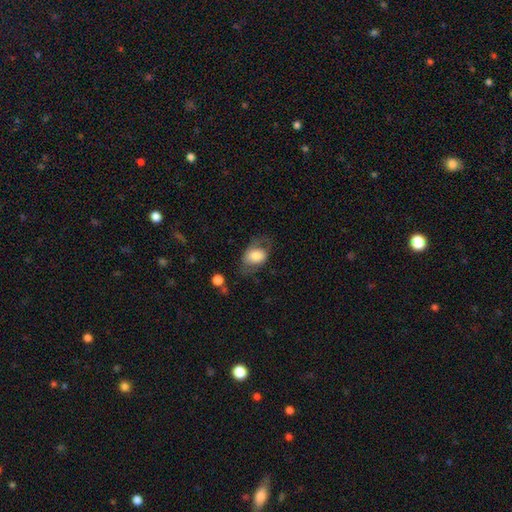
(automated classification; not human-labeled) Overall: smooth (64%; featured or disk 29%). How rounded: in between (75%). Merging: none (52%; minor disturbance 24%).